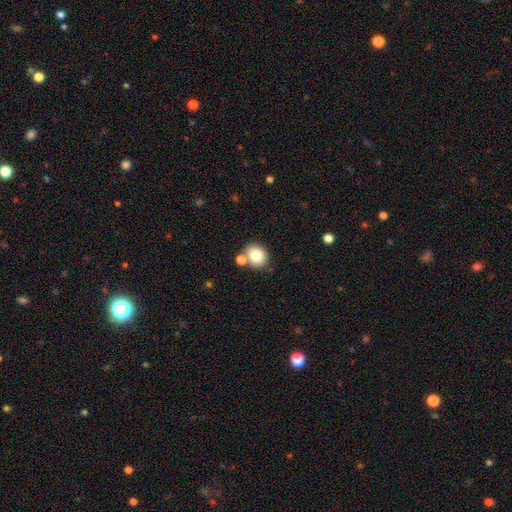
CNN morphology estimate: Smooth or featured? Predicted: smooth (p=0.80). How rounded? Predicted: round (p=0.75). Merging? Predicted: none (p=0.69).